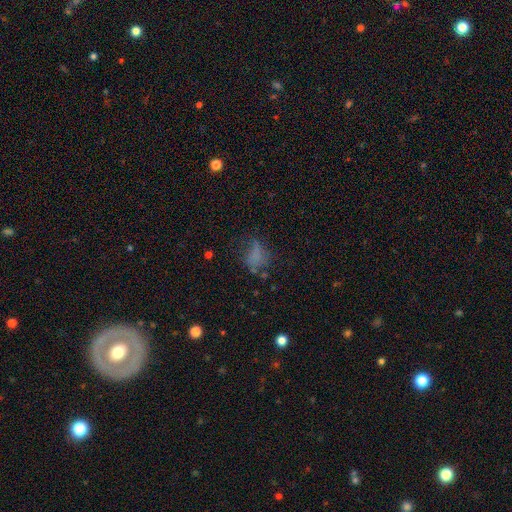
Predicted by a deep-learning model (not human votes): Smooth or featured? smooth (56%)
How rounded? in between (65%)
Merging? none (39%)